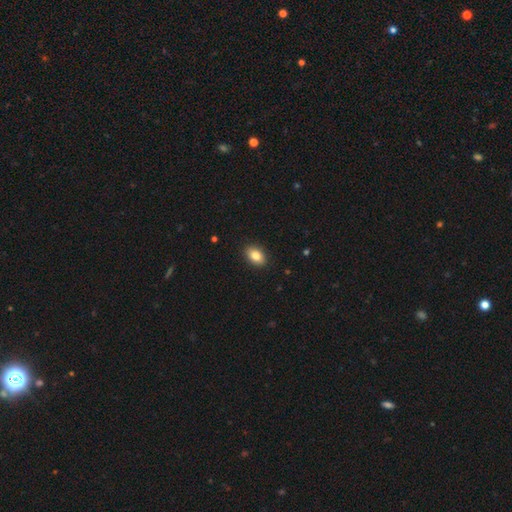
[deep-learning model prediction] smooth_or_featured: smooth (p=0.84) [alt: featured or disk p=0.08]
how_rounded: in between (p=0.86) [alt: round p=0.13]
merging: none (p=0.90) [alt: minor disturbance p=0.07]